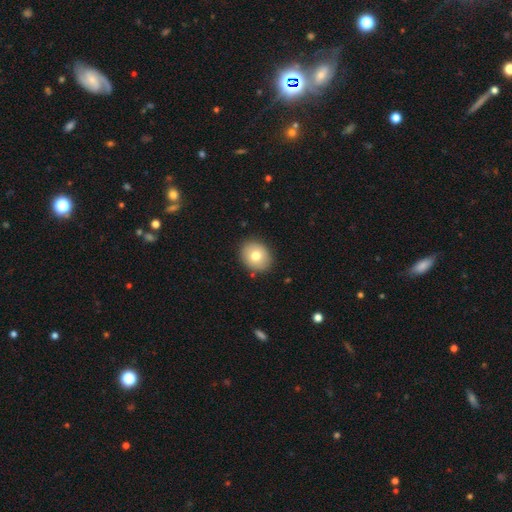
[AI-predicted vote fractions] smooth-or-featured: smooth: 76% | featured or disk: 15% | star or artifact: 9%
  how-rounded: round: 60% | in between: 39% | cigar-shaped: 1%
  merging: none: 88% | minor disturbance: 8% | major disturbance: 2% | merger: 2%